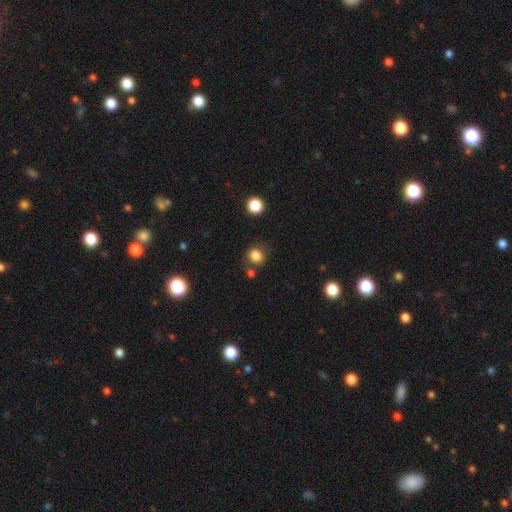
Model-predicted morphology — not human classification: Smooth or featured: smooth — 83% (star or artifact — 12%)
How rounded: round — 80% (in between — 19%)
Merging: none — 76% (minor disturbance — 12%)